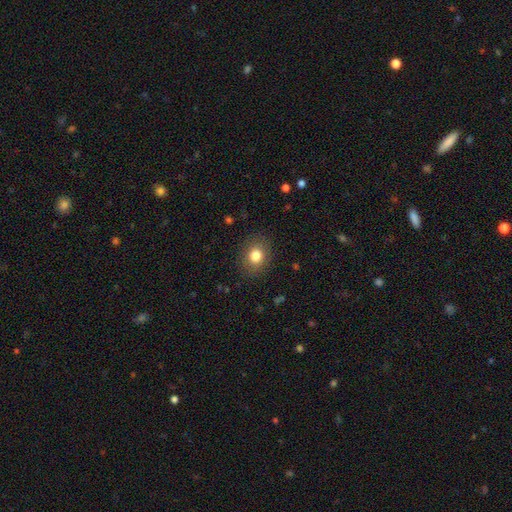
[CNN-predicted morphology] Q: Smooth or featured?
A: smooth (81%); runner-up: star or artifact (10%)
Q: How rounded?
A: round (56%); runner-up: in between (44%)
Q: Merging?
A: none (86%); runner-up: minor disturbance (9%)